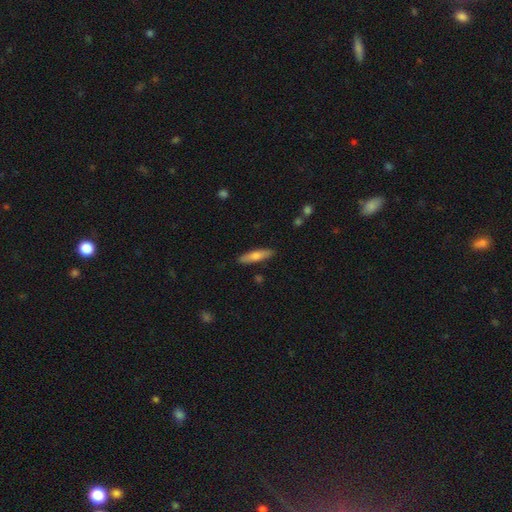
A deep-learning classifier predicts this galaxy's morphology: This appears to be a smooth galaxy with no disk features (66%) that is cigar-shaped (75%). Merging: none (89%).